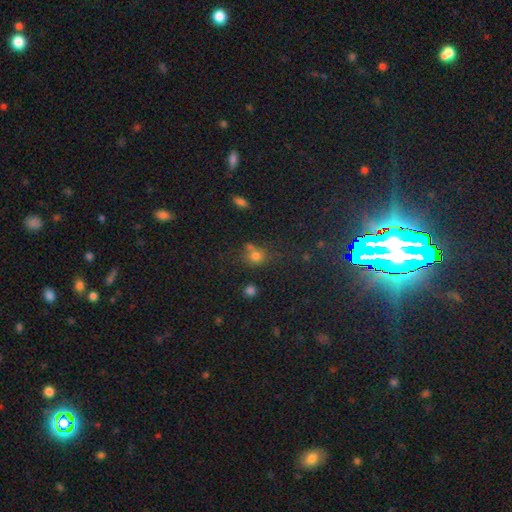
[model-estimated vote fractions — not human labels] Overall: smooth (72%). How rounded: round (71%). Merging: none (54%; merger 25%).